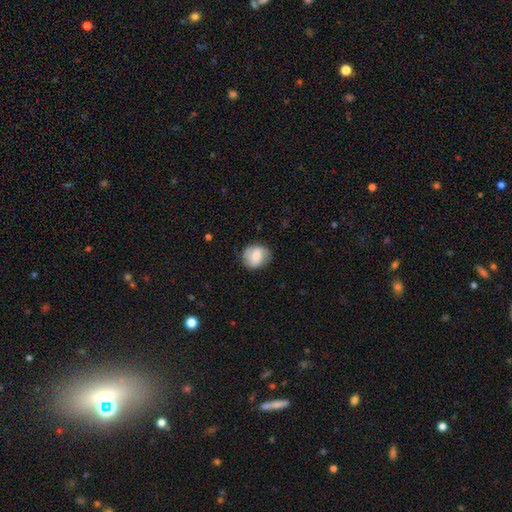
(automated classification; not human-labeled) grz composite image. It shows a smooth galaxy with no disk features (63%) that is round (79%). Merging: none (76%).